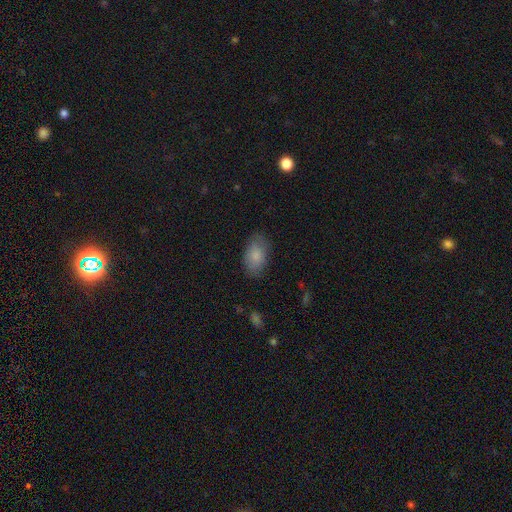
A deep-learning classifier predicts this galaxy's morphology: smooth 84%, featured or disk 9%, star or artifact 7%. Down the decision tree: how rounded — in between (93%); merging — none (78%).